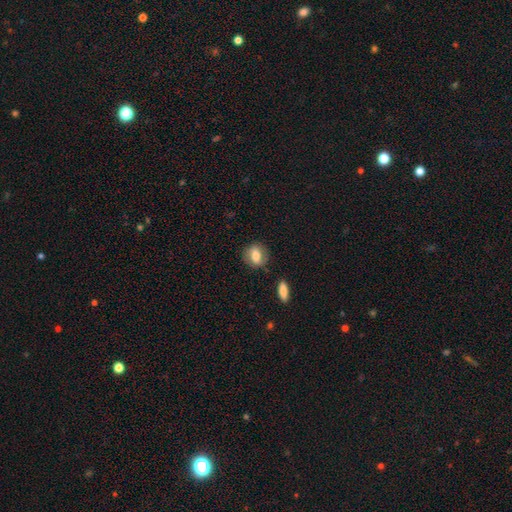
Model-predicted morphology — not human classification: smooth_or_featured: smooth (p=0.70) [alt: featured or disk p=0.22]
how_rounded: round (p=0.53) [alt: in between p=0.45]
merging: none (p=0.80) [alt: minor disturbance p=0.13]